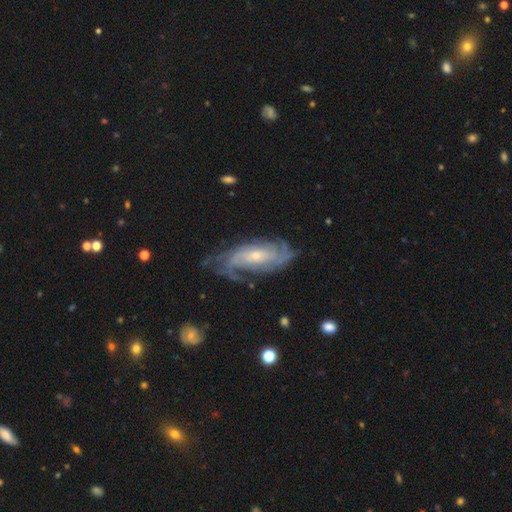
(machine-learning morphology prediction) A featured or disk galaxy (85%) with no bar (59%), tight (58%) spiral arms (95%) and a small central bulge (65%).

Vote fractions:
- Smooth or featured? featured or disk: 85% / smooth: 10% / star or artifact: 6%
- Edge-on disk? no: 92% / yes: 8%
- Bar? no: 59% / weak: 31% / strong: 9%
- Spiral arms? yes: 95% / no: 5%
- Spiral winding? tight: 58% / medium: 33% / loose: 10%
- Spiral arm count? can't tell: 36% / 2: 26% / 3: 17% / 4: 11% / more than 4: 5% / 1: 5%
- Bulge size? small: 65% / moderate: 30% / large: 2% / none: 2% / dominant: 1%
- Merging? none: 66% / minor disturbance: 22% / major disturbance: 11% / merger: 2%